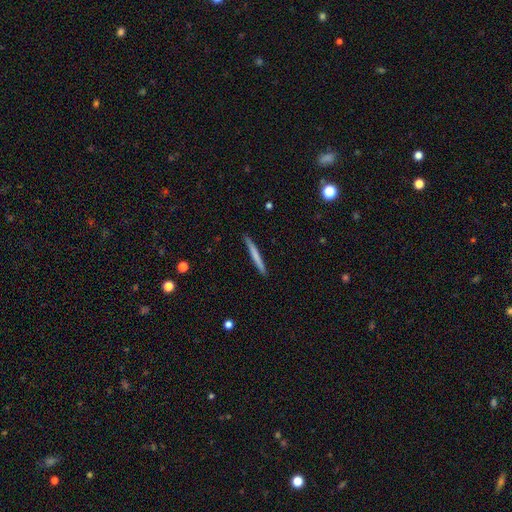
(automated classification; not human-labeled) Morphology: type=smooth (65%); roundness=cigar-shaped (97%); merging=none (90%).